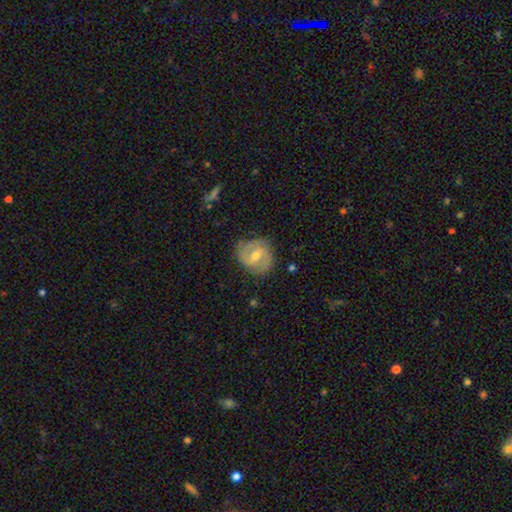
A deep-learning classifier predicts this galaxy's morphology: This is likely a featured or disk galaxy (68%). It is clearly not viewed edge-on (97%). Bar: possibly weak (55%). Spiral arm pattern: clearly yes (86%). Spiral arm count: likely 2 (72%). Spiral winding: marginally medium (45%). Central bulge: likely moderate (63%). Merging: likely none (75%).